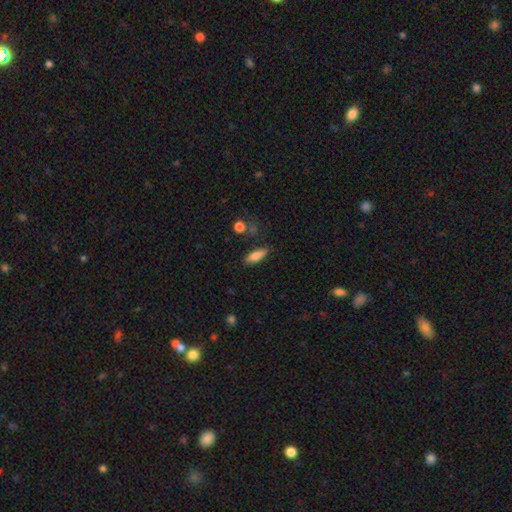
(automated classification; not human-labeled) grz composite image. It shows a smooth galaxy with no disk features (77%) that is in between round and cigar-shaped (59%). Merging: none (79%).